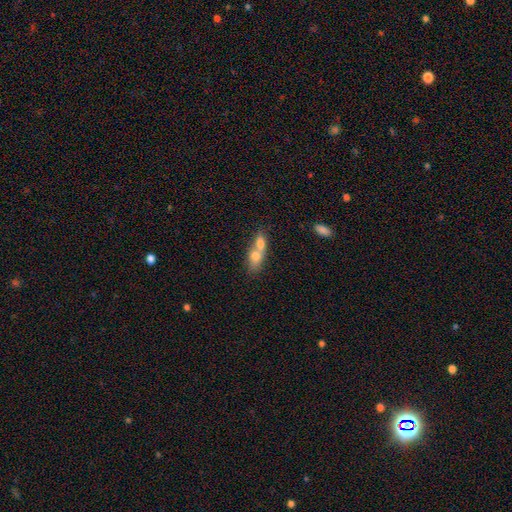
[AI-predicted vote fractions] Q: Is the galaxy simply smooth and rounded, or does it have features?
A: smooth — 70%.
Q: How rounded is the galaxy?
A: in between — 68%.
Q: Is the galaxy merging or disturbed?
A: merger — 74%.